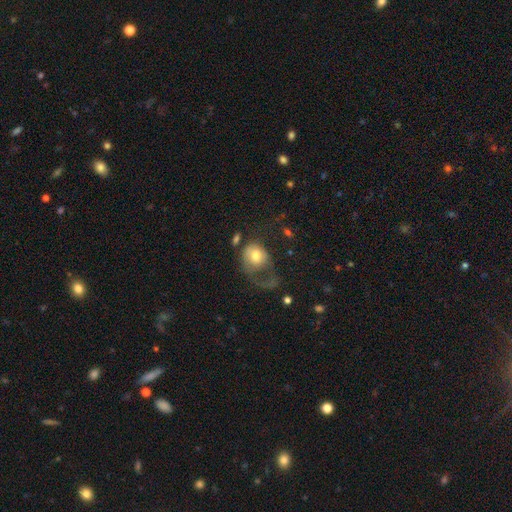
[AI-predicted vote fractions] Smooth or featured? smooth (66%)
How rounded? round (62%)
Merging? major disturbance (61%)